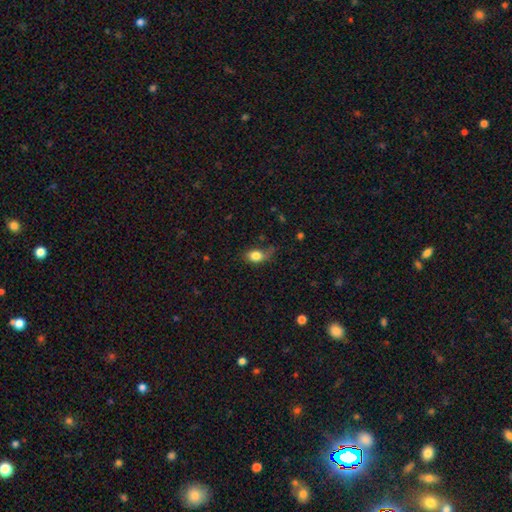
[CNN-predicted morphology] A smooth galaxy with no disk features (81%) that is in between round and cigar-shaped (70%). Merging: none (46%).